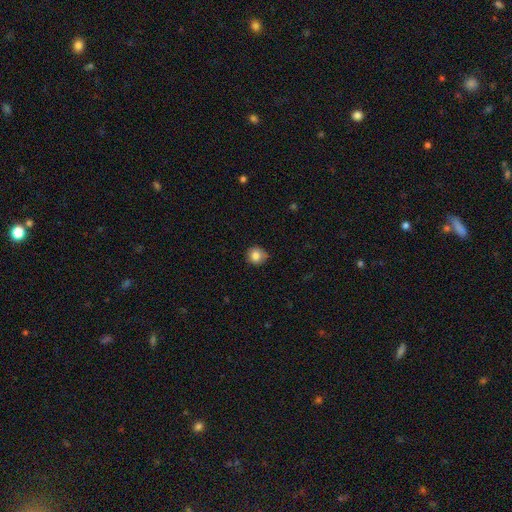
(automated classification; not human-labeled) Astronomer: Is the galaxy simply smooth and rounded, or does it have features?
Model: smooth — 82%.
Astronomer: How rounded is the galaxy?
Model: round — 85%.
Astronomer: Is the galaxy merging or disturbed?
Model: none — 71%.